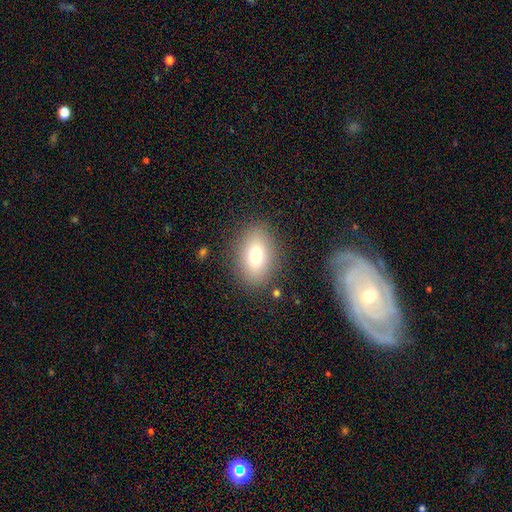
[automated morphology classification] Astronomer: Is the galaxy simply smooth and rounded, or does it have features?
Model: smooth — 75%.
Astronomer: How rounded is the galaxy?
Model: in between — 82%.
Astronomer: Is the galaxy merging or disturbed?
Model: none — 84%.